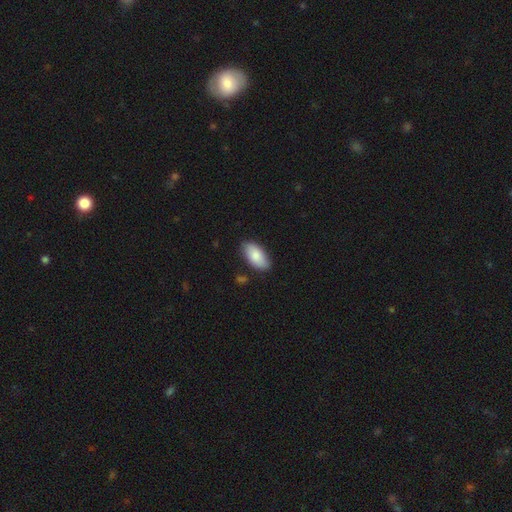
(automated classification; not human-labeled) Smooth or featured: smooth — 84% (featured or disk — 10%)
How rounded: in between — 93% (cigar-shaped — 4%)
Merging: none — 84% (minor disturbance — 12%)